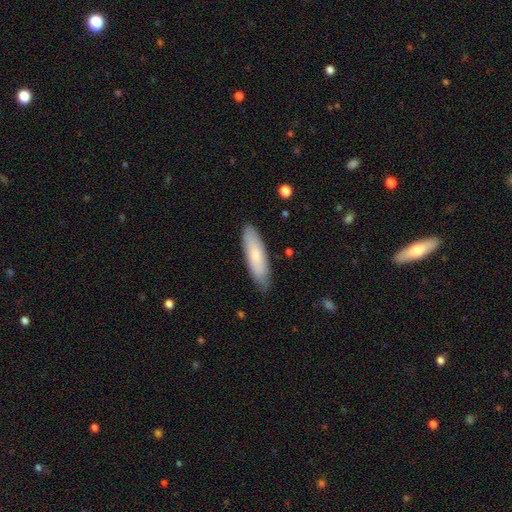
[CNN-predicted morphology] Q: Smooth or featured?
A: smooth (75%); runner-up: featured or disk (20%)
Q: How rounded?
A: cigar-shaped (59%); runner-up: in between (40%)
Q: Merging?
A: none (83%); runner-up: minor disturbance (14%)